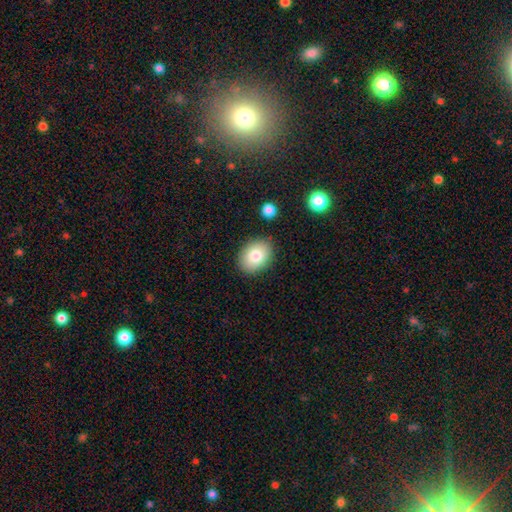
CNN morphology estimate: Smooth or featured: smooth — 81% (featured or disk — 11%)
How rounded: in between — 76% (round — 23%)
Merging: none — 86% (minor disturbance — 9%)